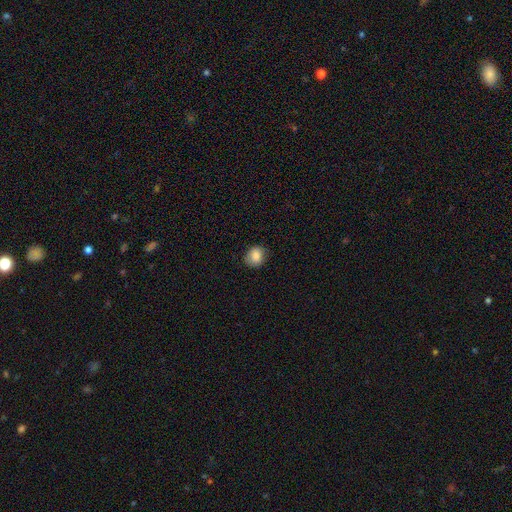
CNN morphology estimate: This is clearly a smooth galaxy (84%). How rounded: likely round (66%). Merging: clearly none (82%).